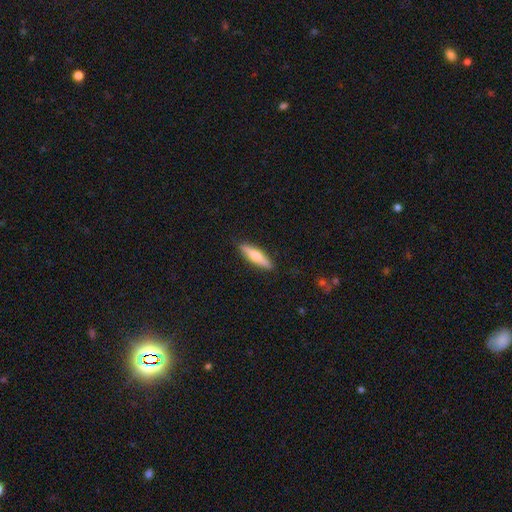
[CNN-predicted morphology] Smooth or featured?
  - smooth: 54% *
  - featured or disk: 40%
  - star or artifact: 6%
How rounded?
  - cigar-shaped: 75% *
  - in between: 24%
  - round: 2%
Merging?
  - none: 89% *
  - minor disturbance: 9%
  - major disturbance: 2%
  - merger: 1%